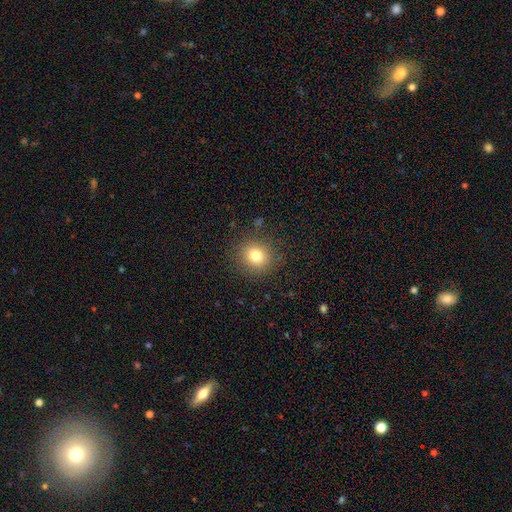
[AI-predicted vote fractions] Overall: smooth (79%). How rounded: round (87%). Merging: none (88%).